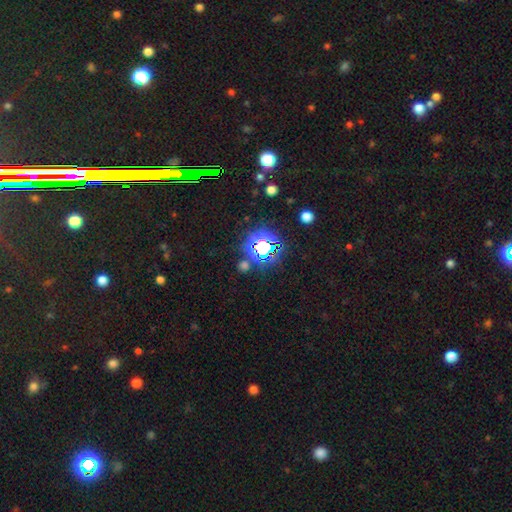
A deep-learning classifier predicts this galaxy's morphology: smooth_or_featured: star or artifact (p=0.79) [alt: smooth p=0.13]